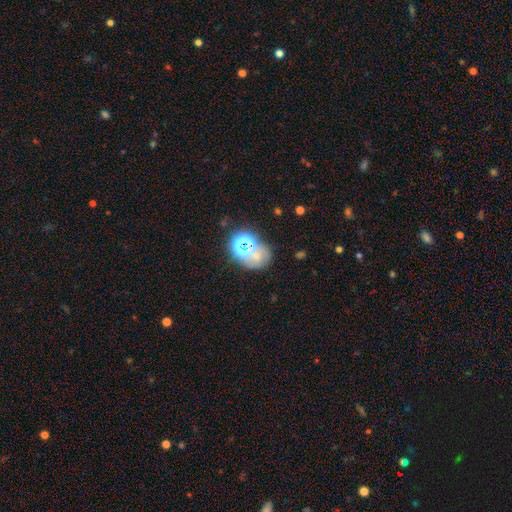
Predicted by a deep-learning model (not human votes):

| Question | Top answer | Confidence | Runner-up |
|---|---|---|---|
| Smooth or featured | smooth | 44% | star or artifact (38%) |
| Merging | none | 48% | merger (26%) |